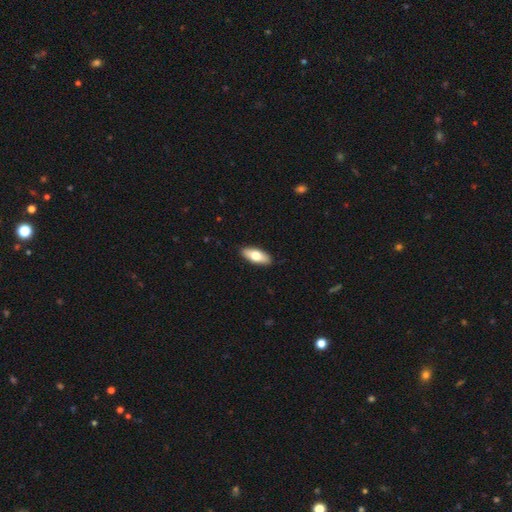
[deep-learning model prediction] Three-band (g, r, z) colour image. It shows a smooth galaxy with no disk features (72%) that is in between round and cigar-shaped (80%). Merging: none (90%).